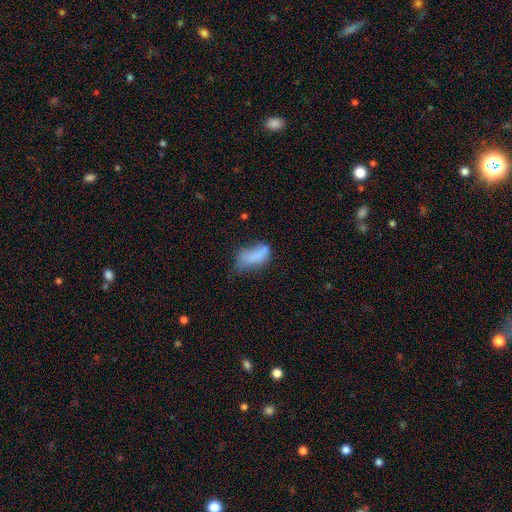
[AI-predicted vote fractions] A smooth galaxy with no disk features (72%) that is in between round and cigar-shaped (89%). Merging: major disturbance (32%).